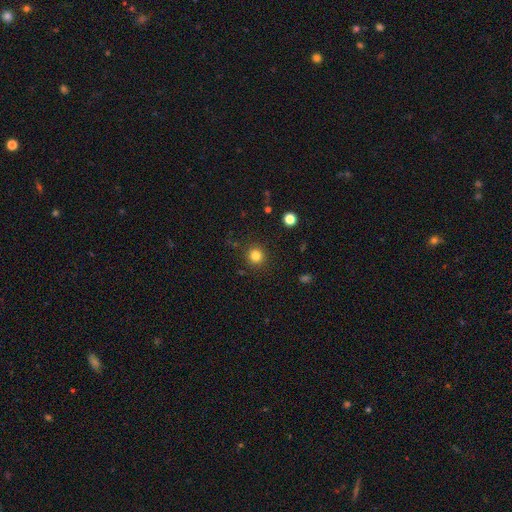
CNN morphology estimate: Smooth or featured: smooth — 82% (star or artifact — 13%)
How rounded: round — 93% (in between — 6%)
Merging: none — 90% (minor disturbance — 7%)